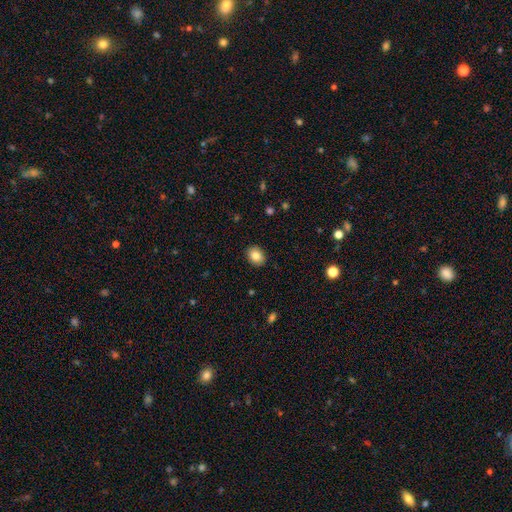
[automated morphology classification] smooth 84%, star or artifact 9%, featured or disk 7%. Down the decision tree: how rounded — in between (59%); merging — none (90%).